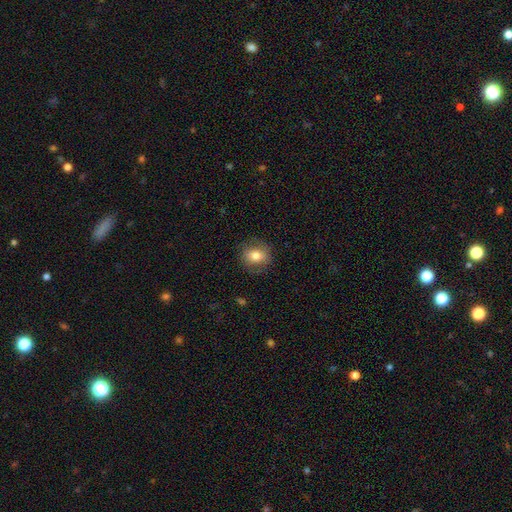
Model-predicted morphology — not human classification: smooth_or_featured: smooth (p=0.73) [alt: featured or disk p=0.19]
how_rounded: round (p=0.70) [alt: in between p=0.28]
merging: none (p=0.82) [alt: minor disturbance p=0.12]